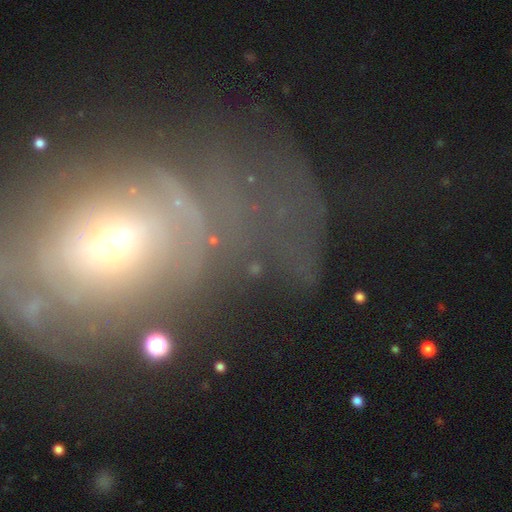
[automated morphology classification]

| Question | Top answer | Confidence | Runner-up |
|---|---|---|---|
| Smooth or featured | featured or disk | 42% | smooth (31%) |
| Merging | major disturbance | 42% | none (33%) |